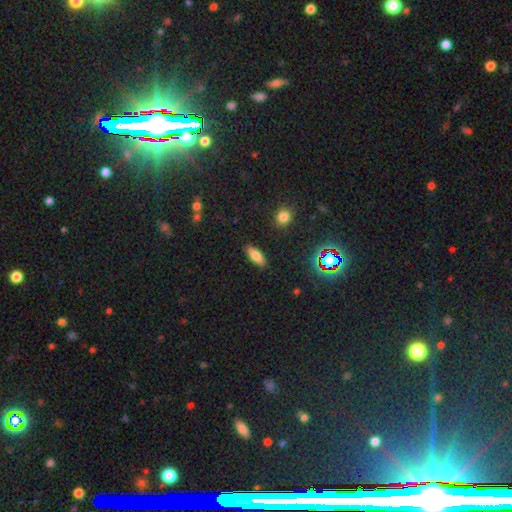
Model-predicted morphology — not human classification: smooth 75%, featured or disk 14%, star or artifact 11%. Down the decision tree: how rounded — in between (73%); merging — none (88%).